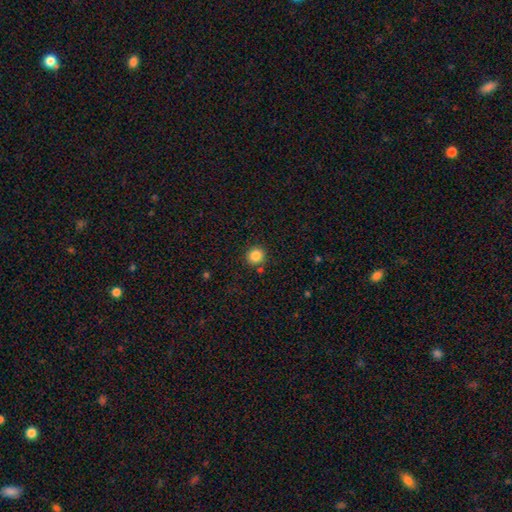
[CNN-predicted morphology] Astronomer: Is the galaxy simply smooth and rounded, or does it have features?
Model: smooth — 86%.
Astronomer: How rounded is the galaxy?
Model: round — 91%.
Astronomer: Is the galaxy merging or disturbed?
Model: none — 85%.